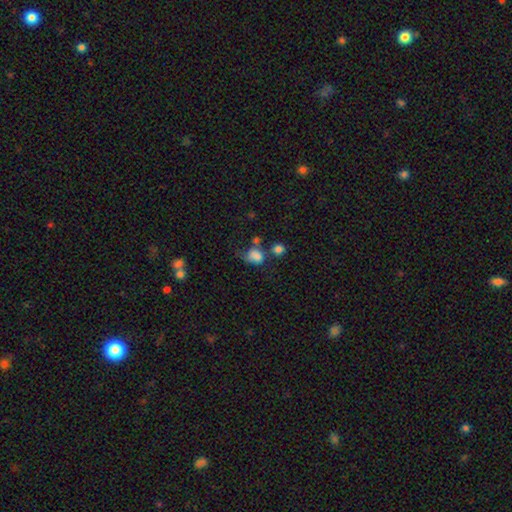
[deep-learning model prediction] Smooth or featured: smooth — 76% (star or artifact — 13%)
How rounded: in between — 53% (round — 46%)
Merging: none — 29% (minor disturbance — 25%)